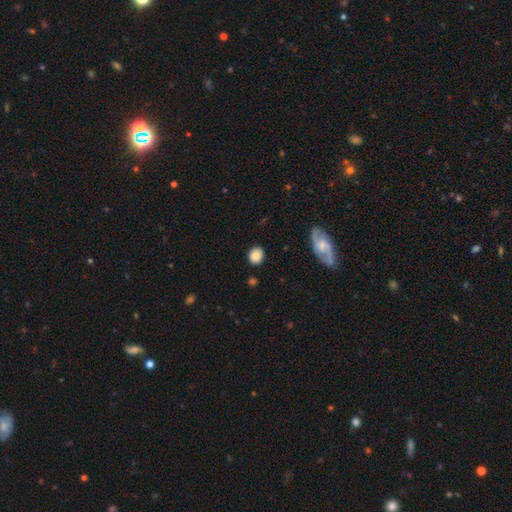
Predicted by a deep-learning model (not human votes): smooth-or-featured: smooth: 86% | star or artifact: 8% | featured or disk: 6%
  how-rounded: round: 64% | in between: 35% | cigar-shaped: 1%
  merging: none: 84% | minor disturbance: 11% | major disturbance: 3% | merger: 2%